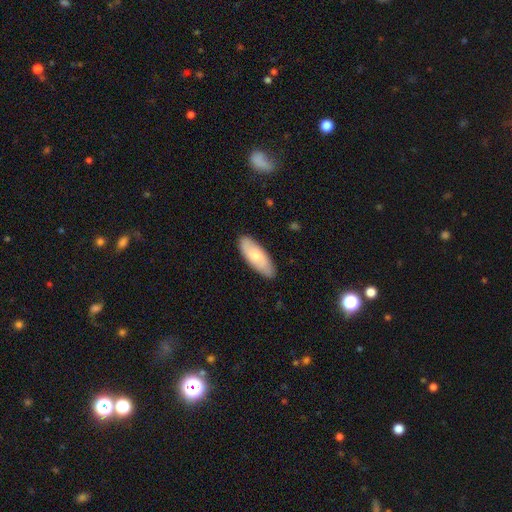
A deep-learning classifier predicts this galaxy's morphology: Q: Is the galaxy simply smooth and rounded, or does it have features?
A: smooth — 72%.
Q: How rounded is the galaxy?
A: in between — 72%.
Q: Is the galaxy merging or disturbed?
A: none — 86%.